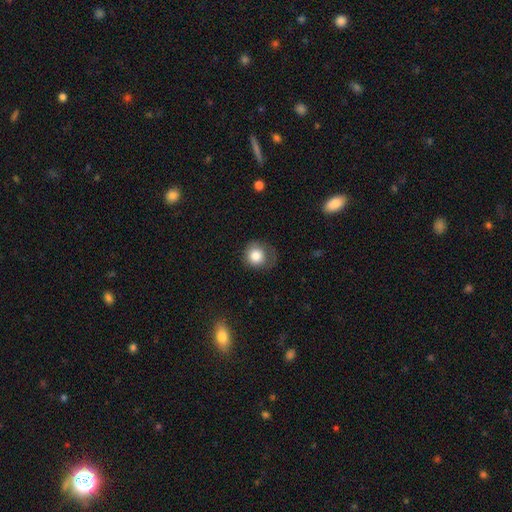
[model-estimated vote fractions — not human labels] Smooth or featured?
  - smooth: 81% *
  - featured or disk: 10%
  - star or artifact: 9%
How rounded?
  - round: 82% *
  - in between: 17%
  - cigar-shaped: 1%
Merging?
  - none: 51% *
  - minor disturbance: 28%
  - major disturbance: 19%
  - merger: 2%